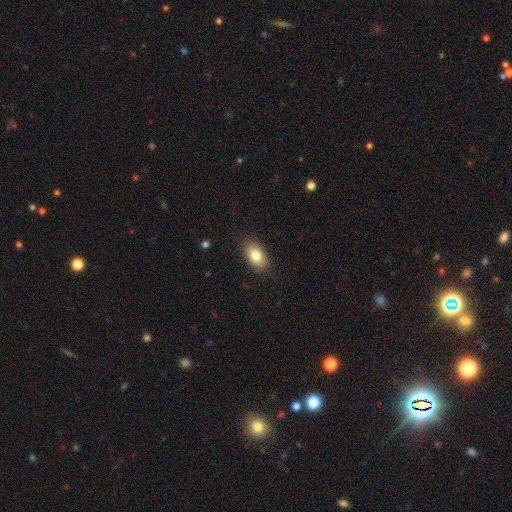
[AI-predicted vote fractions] A smooth galaxy with no disk features (81%) that is in between round and cigar-shaped (91%). Merging: none (87%).